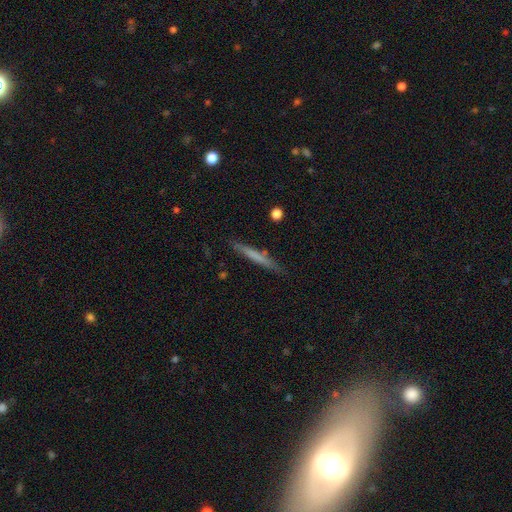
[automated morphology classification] smooth-or-featured: smooth: 59% | featured or disk: 35% | star or artifact: 6%
  how-rounded: cigar-shaped: 96% | in between: 3% | round: 1%
  merging: none: 86% | minor disturbance: 10% | major disturbance: 2% | merger: 2%